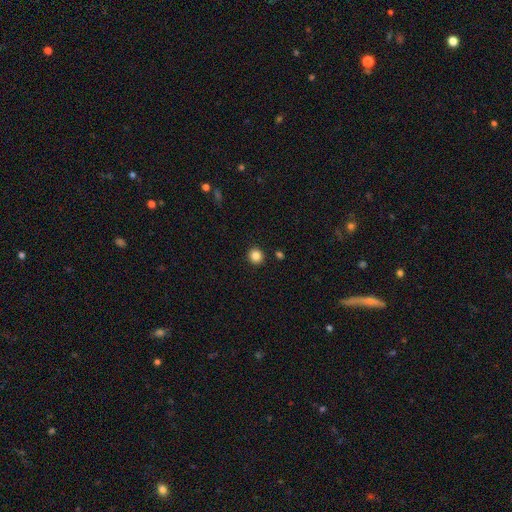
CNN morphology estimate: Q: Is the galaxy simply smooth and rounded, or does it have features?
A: smooth — 85%.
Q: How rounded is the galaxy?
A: round — 92%.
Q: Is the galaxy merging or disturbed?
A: none — 92%.